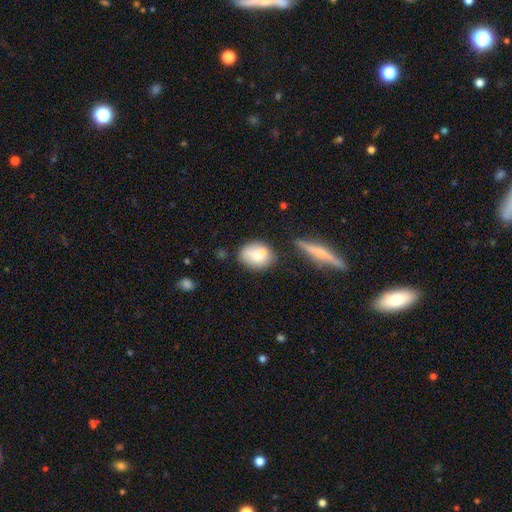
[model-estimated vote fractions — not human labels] This appears to be a smooth galaxy with no disk features (74%) that is in between round and cigar-shaped (65%). Merging: none (54%).